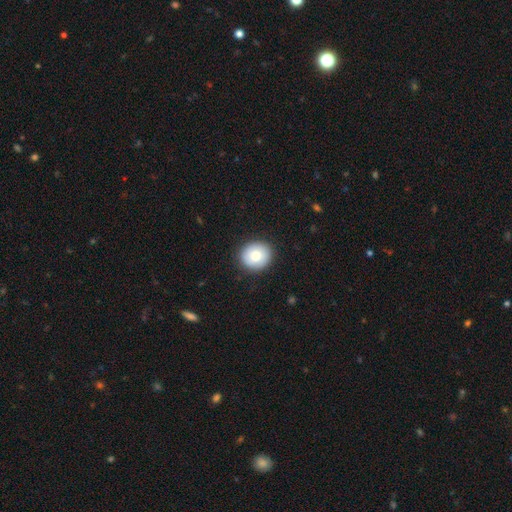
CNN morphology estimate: Smooth or featured: smooth — 75% (featured or disk — 17%)
How rounded: round — 83% (in between — 16%)
Merging: none — 90% (minor disturbance — 7%)